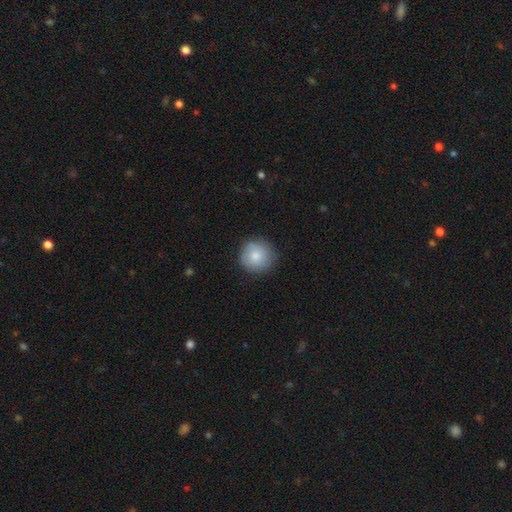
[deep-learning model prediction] Smooth or featured?
  - smooth: 81% *
  - featured or disk: 12%
  - star or artifact: 7%
How rounded?
  - round: 94% *
  - in between: 5%
  - cigar-shaped: 1%
Merging?
  - none: 84% *
  - minor disturbance: 13%
  - major disturbance: 3%
  - merger: 1%